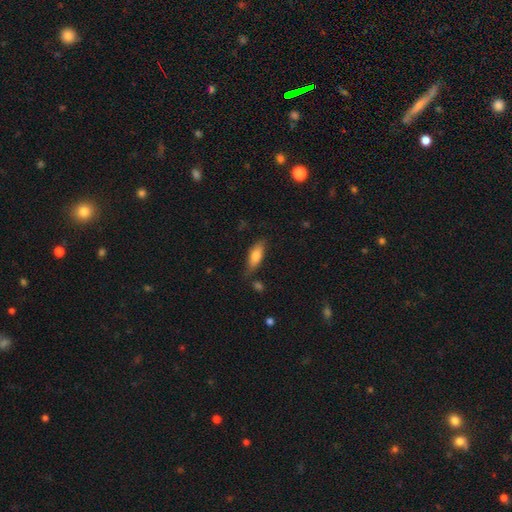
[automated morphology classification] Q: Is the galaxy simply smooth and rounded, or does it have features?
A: smooth — 76%.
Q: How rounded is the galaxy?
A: in between — 66%.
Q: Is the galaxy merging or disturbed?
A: none — 72%.